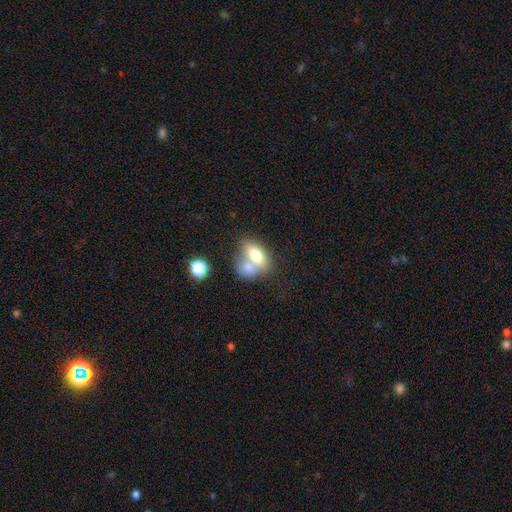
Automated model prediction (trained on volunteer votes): A smooth galaxy with no disk features (71%) that is in between round and cigar-shaped (81%). Merging: merger (59%).